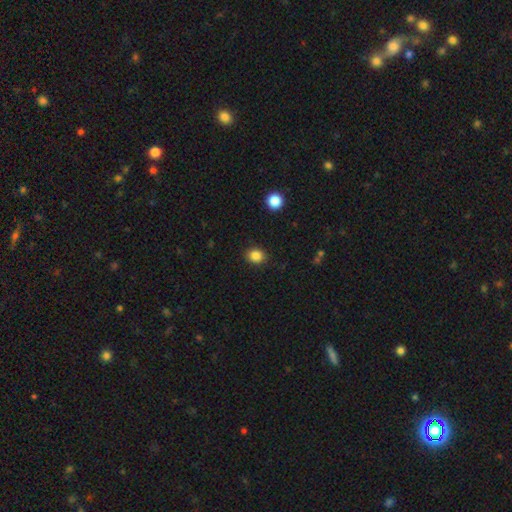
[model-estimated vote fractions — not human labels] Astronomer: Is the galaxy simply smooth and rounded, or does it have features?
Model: smooth — 85%.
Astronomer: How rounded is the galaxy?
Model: round — 68%.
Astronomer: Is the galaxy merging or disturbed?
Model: none — 89%.